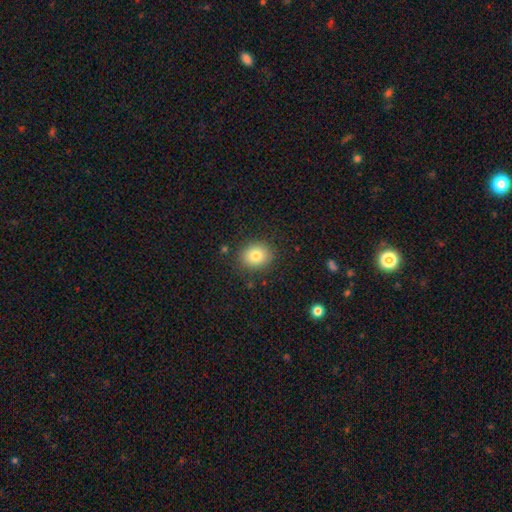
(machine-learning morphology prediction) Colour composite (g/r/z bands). It shows a smooth galaxy with no disk features (80%) that is round (71%). Merging: none (87%).